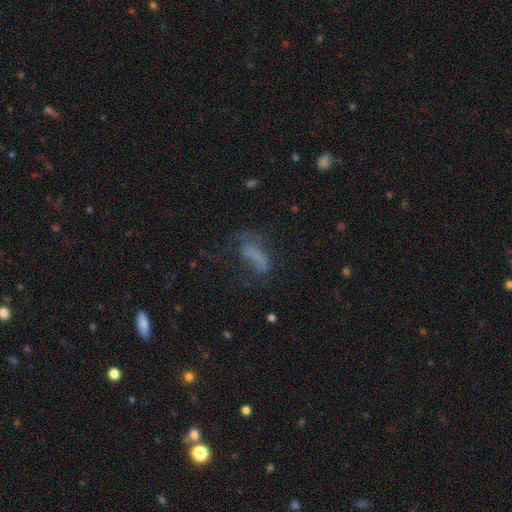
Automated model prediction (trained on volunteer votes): This appears to be a smooth galaxy with no disk features (48%). Merging: major disturbance (40%).